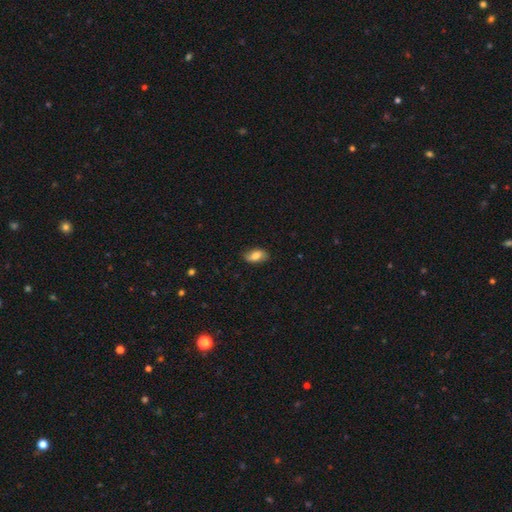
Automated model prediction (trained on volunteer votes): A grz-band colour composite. It shows a smooth galaxy with no disk features (70%) that is in between round and cigar-shaped (90%). Merging: none (80%).